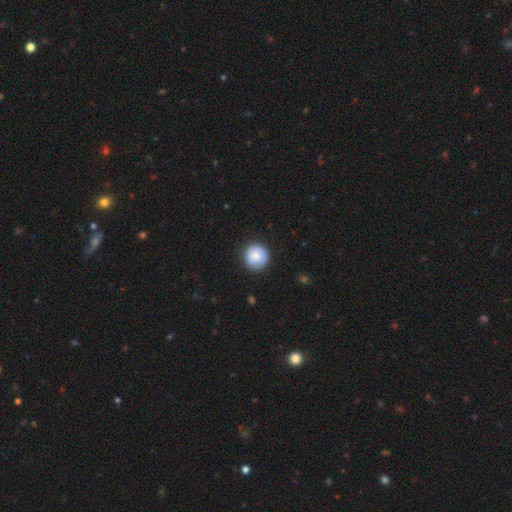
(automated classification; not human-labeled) Smooth or featured?
  - smooth: 85% *
  - featured or disk: 8%
  - star or artifact: 7%
How rounded?
  - round: 94% *
  - in between: 5%
  - cigar-shaped: 1%
Merging?
  - none: 86% *
  - minor disturbance: 11%
  - major disturbance: 2%
  - merger: 1%